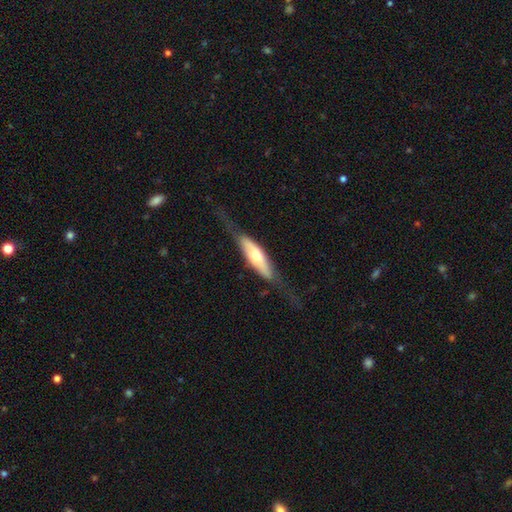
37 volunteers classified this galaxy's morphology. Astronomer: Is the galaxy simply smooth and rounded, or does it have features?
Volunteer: featured or disk — 62% (runner-up: smooth, 38%).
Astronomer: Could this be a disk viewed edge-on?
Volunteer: yes — 87%.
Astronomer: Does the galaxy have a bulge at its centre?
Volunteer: rounded — 90%.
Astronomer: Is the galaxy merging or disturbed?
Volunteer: none — 59%.